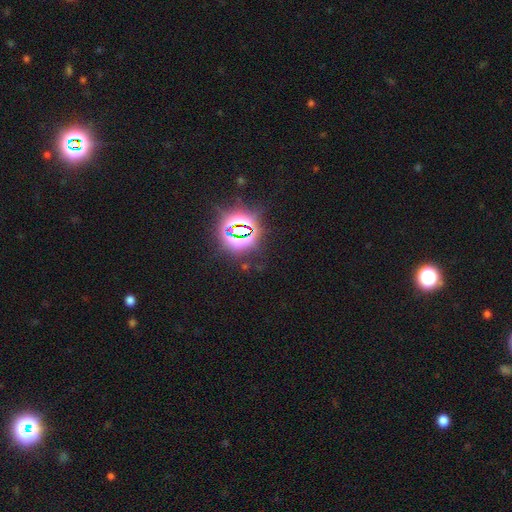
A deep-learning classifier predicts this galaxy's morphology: Smooth or featured: star or artifact — 83% (smooth — 11%)